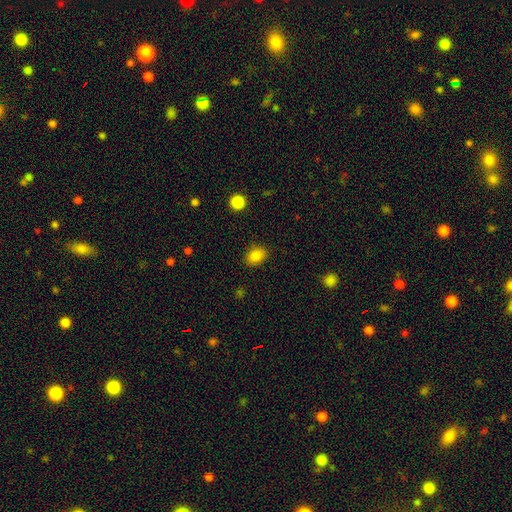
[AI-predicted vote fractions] Morphology: type=smooth (86%); roundness=in between (72%); merging=none (86%).